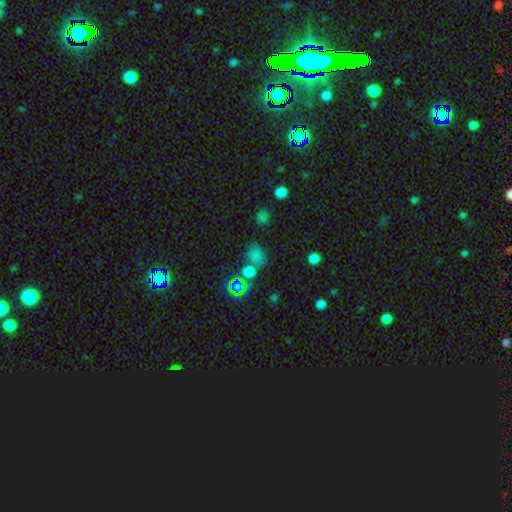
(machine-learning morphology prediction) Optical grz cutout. It shows a smooth galaxy with no disk features (58%) that is round (55%). Merging: none (57%).